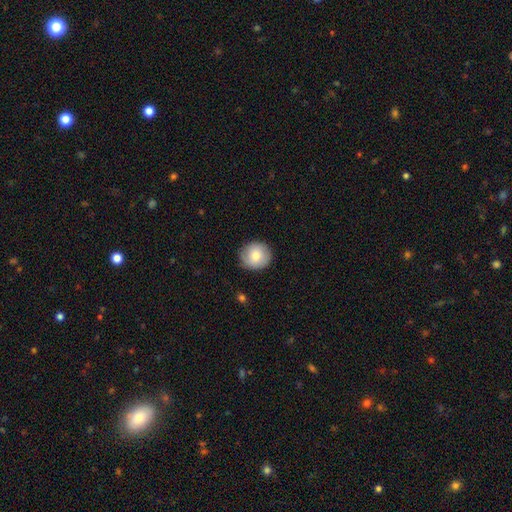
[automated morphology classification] A smooth galaxy with no disk features (75%) that is round (90%). Merging: none (84%).